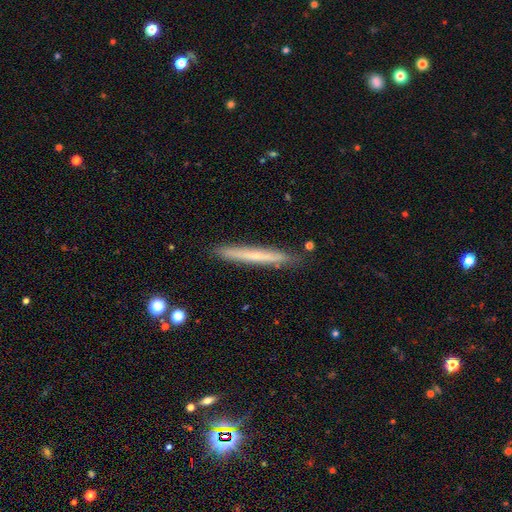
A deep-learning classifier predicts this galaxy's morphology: Smooth or featured: smooth — 56% (featured or disk — 38%)
How rounded: cigar-shaped — 97% (in between — 2%)
Merging: none — 89% (minor disturbance — 8%)